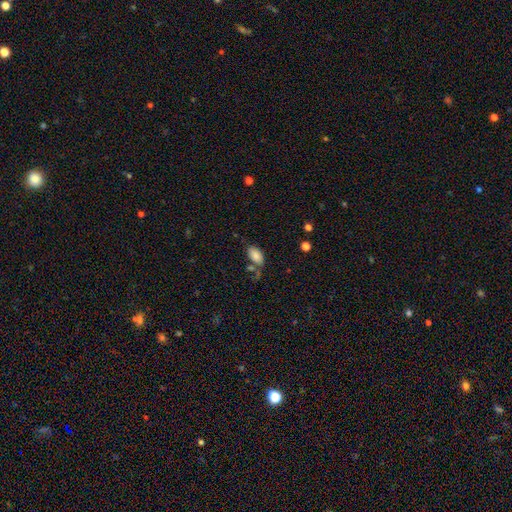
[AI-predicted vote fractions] smooth-or-featured: smooth: 85% | star or artifact: 8% | featured or disk: 7%
  how-rounded: in between: 94% | round: 4% | cigar-shaped: 2%
  merging: none: 58% | minor disturbance: 20% | merger: 15% | major disturbance: 7%